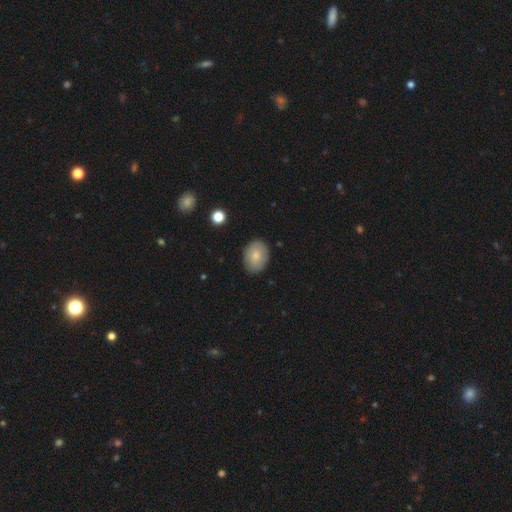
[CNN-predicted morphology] Smooth or featured: smooth — 79% (featured or disk — 14%)
How rounded: in between — 69% (round — 30%)
Merging: none — 85% (minor disturbance — 11%)